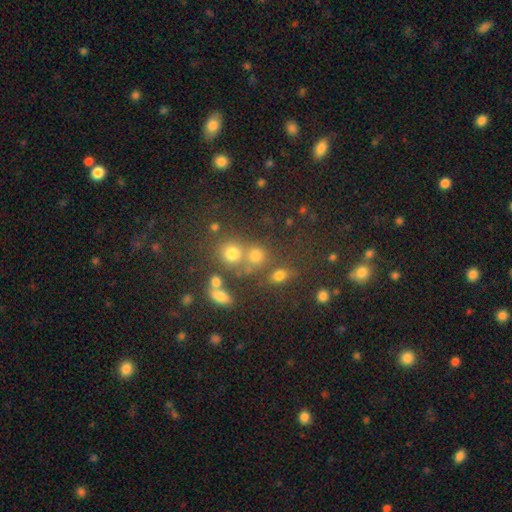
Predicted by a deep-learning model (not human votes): Smooth or featured: smooth — 71% (star or artifact — 18%)
How rounded: round — 76% (in between — 23%)
Merging: none — 52% (merger — 33%)